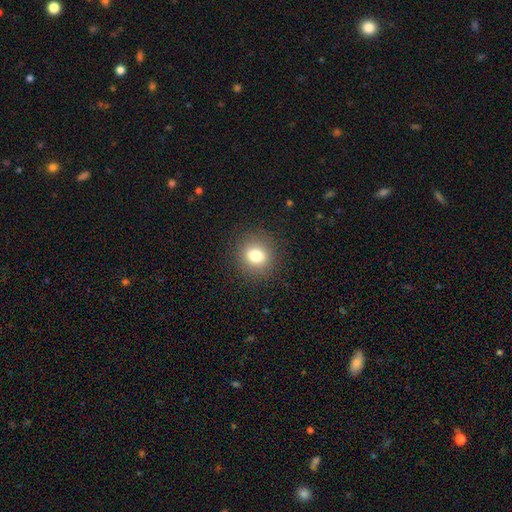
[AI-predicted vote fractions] smooth 78%, star or artifact 12%, featured or disk 10%. Down the decision tree: how rounded — round (75%); merging — none (89%).